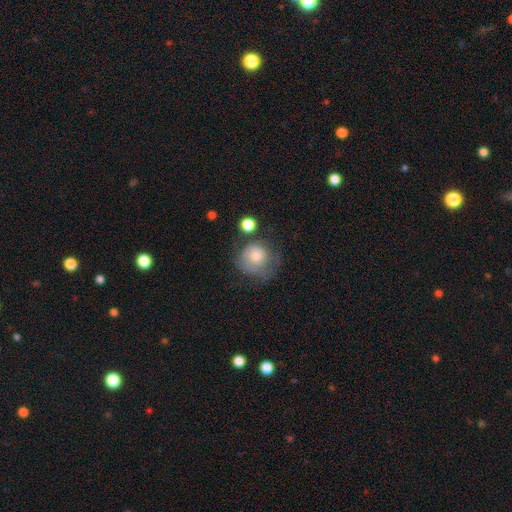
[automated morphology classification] smooth-or-featured: smooth: 62% | featured or disk: 29% | star or artifact: 9%
  how-rounded: round: 84% | in between: 15% | cigar-shaped: 1%
  merging: none: 44% | minor disturbance: 27% | major disturbance: 22% | merger: 7%